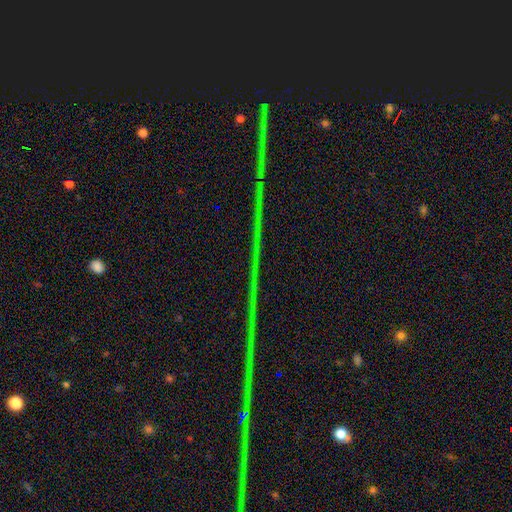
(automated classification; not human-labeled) A star or artifact, not a galaxy (89%).

Vote fractions:
- Smooth or featured? star or artifact: 89% / featured or disk: 6% / smooth: 5%